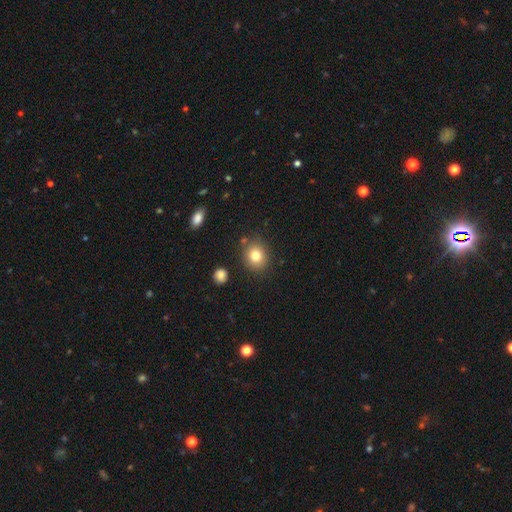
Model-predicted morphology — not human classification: This is likely a smooth galaxy (80%). How rounded: likely round (74%). Merging: clearly none (83%).